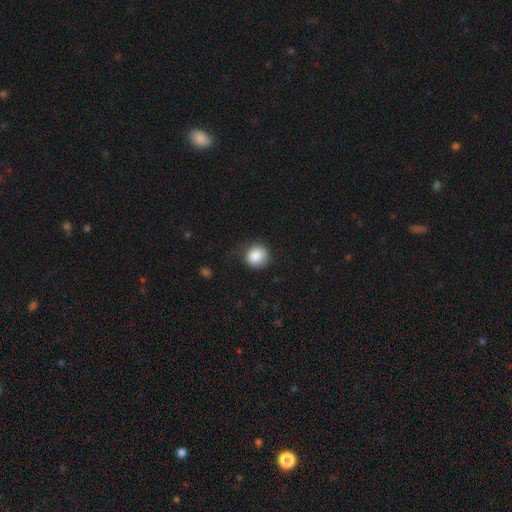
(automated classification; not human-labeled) A smooth galaxy with no disk features (86%) that is round (87%). Merging: none (72%).